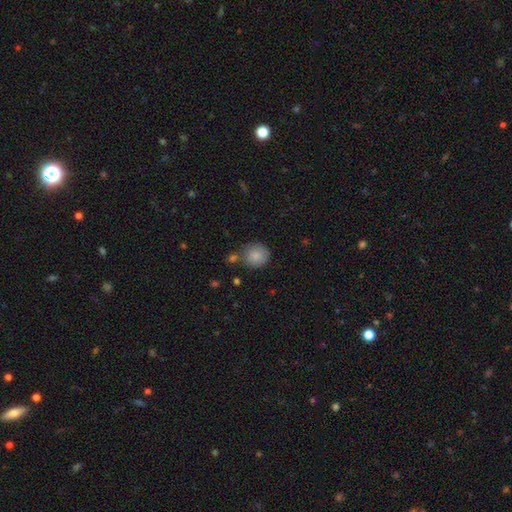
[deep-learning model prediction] A smooth galaxy with no disk features (85%) that is round (87%). Merging: none (68%).